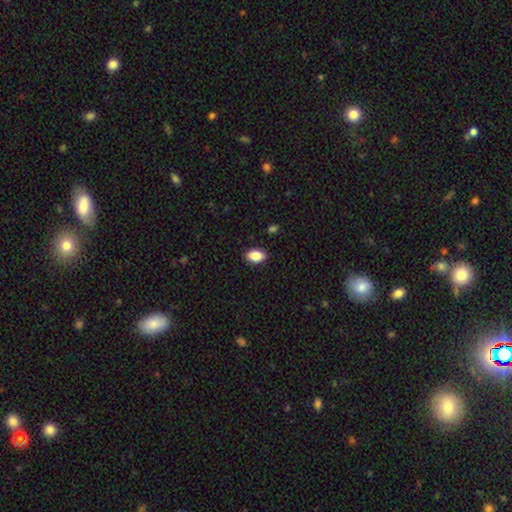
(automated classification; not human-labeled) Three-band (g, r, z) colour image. It shows a smooth galaxy with no disk features (86%) that is in between round and cigar-shaped (90%). Merging: none (89%).